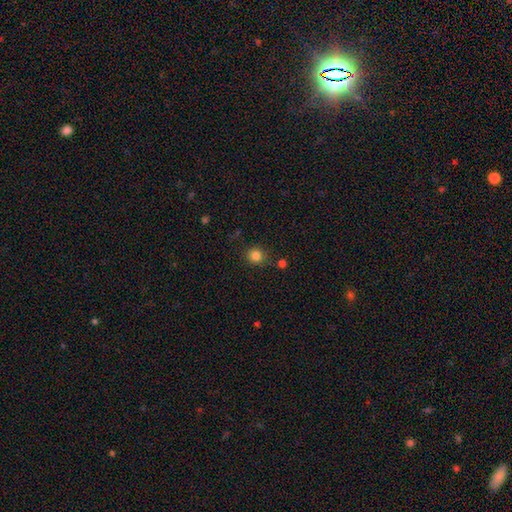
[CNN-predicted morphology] Q: Smooth or featured?
A: smooth (83%); runner-up: star or artifact (12%)
Q: How rounded?
A: round (89%); runner-up: in between (10%)
Q: Merging?
A: none (84%); runner-up: minor disturbance (9%)